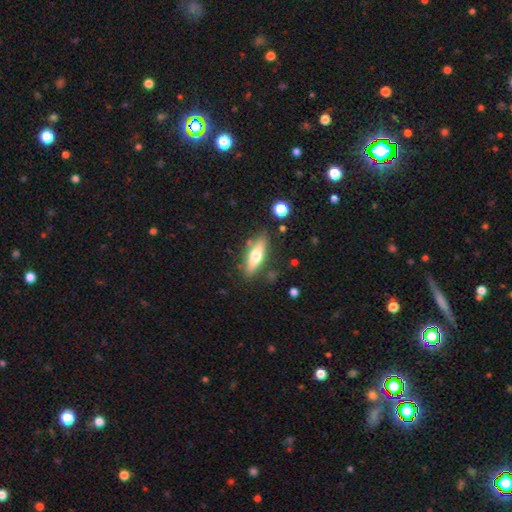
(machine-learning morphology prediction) smooth 51%, featured or disk 43%, star or artifact 6%. Down the decision tree: how rounded — cigar-shaped (56%); merging — none (80%).